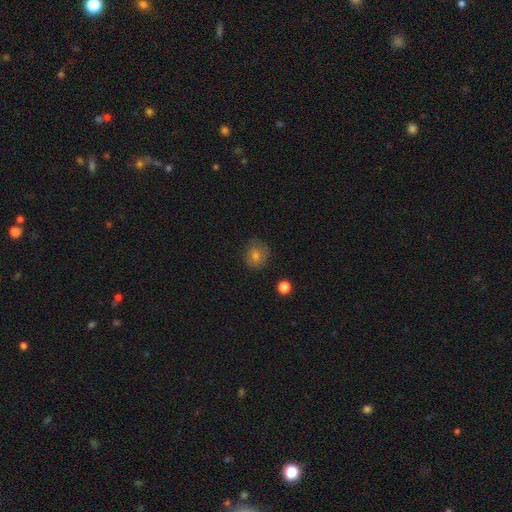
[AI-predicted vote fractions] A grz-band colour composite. It shows a smooth galaxy with no disk features (72%) that is round (85%). Merging: none (79%).